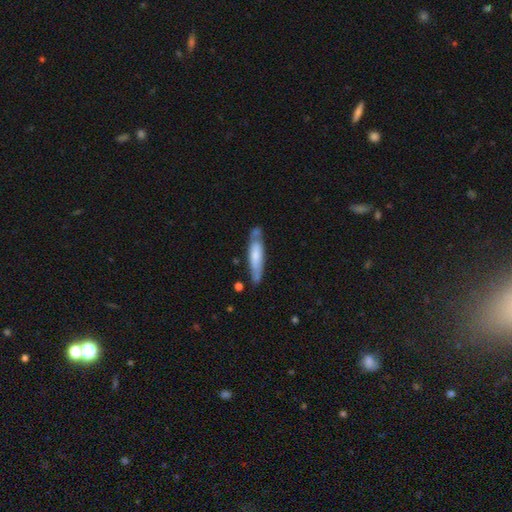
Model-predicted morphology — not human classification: The model was most divided on "smooth or featured": smooth: 62%, featured or disk: 33%, star or artifact: 5%. More confident: how rounded — cigar-shaped (79%); merging — none (65%).